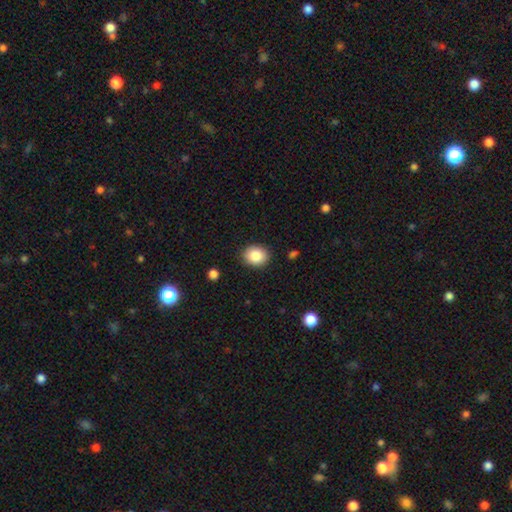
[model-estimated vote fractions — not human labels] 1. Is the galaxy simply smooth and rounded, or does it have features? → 85% smooth, 8% star or artifact, 6% featured or disk.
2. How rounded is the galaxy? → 58% round, 41% in between, 1% cigar-shaped.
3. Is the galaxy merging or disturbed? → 88% none, 9% minor disturbance, 2% major disturbance, 1% merger.